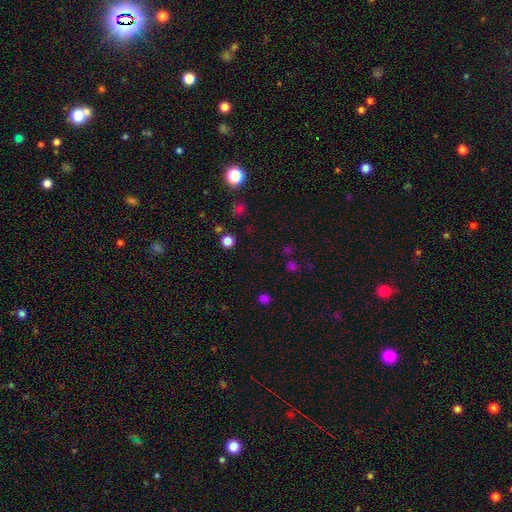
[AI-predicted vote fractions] smooth 59%, star or artifact 36%, featured or disk 5%. Down the decision tree: how rounded — round (89%); merging — none (83%).